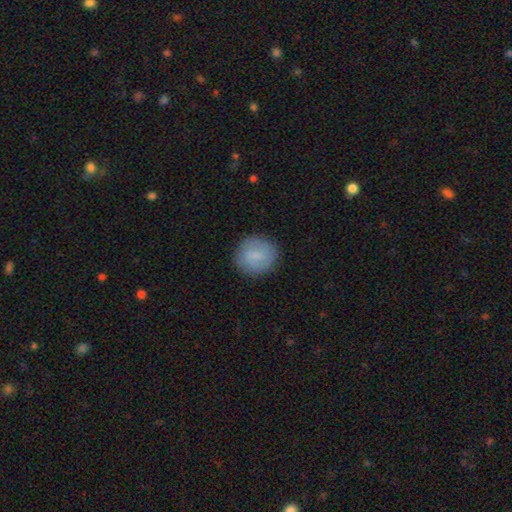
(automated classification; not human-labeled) Smooth or featured? smooth (73%)
How rounded? round (84%)
Merging? none (84%)